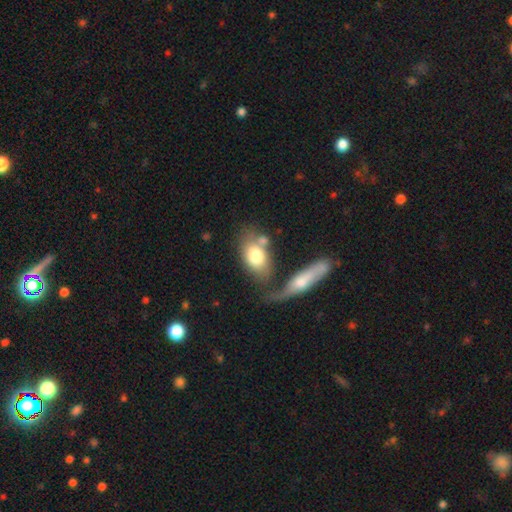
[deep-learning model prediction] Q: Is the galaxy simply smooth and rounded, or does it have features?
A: smooth — 72%.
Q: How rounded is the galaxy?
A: in between — 82%.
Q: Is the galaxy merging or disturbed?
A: none — 42%.